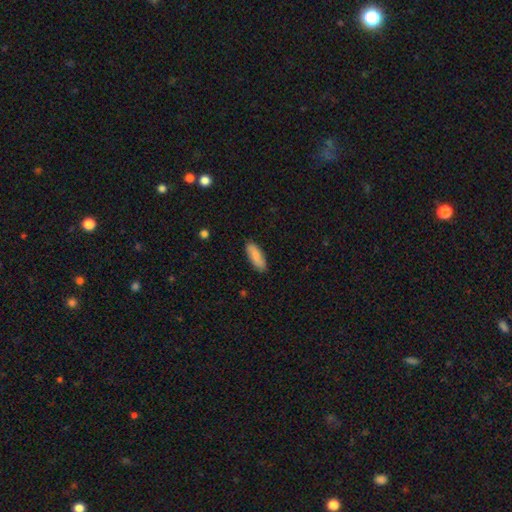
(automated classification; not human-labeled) smooth_or_featured: smooth (p=0.84) [alt: featured or disk p=0.11]
how_rounded: in between (p=0.68) [alt: cigar-shaped p=0.31]
merging: none (p=0.87) [alt: minor disturbance p=0.10]